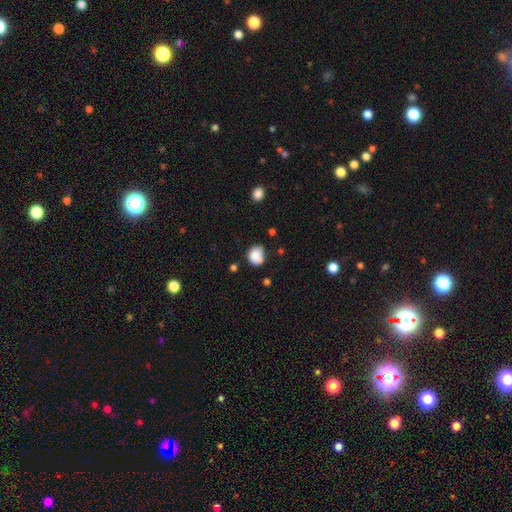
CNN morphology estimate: smooth_or_featured: smooth (p=0.82) [alt: star or artifact p=0.09]
how_rounded: round (p=0.64) [alt: in between p=0.35]
merging: none (p=0.56) [alt: minor disturbance p=0.30]